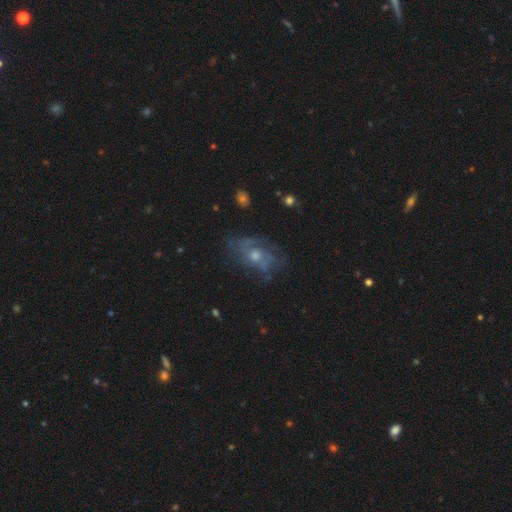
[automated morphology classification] This is likely a featured or disk galaxy (67%). It is clearly not viewed edge-on (94%). Bar: clearly no (80%). Spiral arm pattern: likely yes (63%). Central bulge: likely moderate (61%). Merging: likely none (61%).